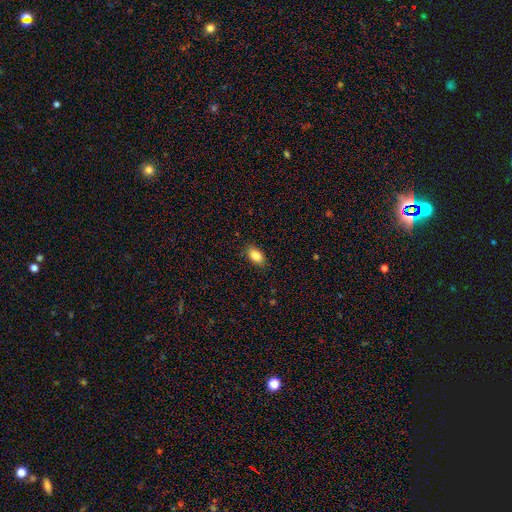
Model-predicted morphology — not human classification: This is clearly a smooth galaxy (86%). How rounded: clearly in between (90%). Merging: clearly none (87%).